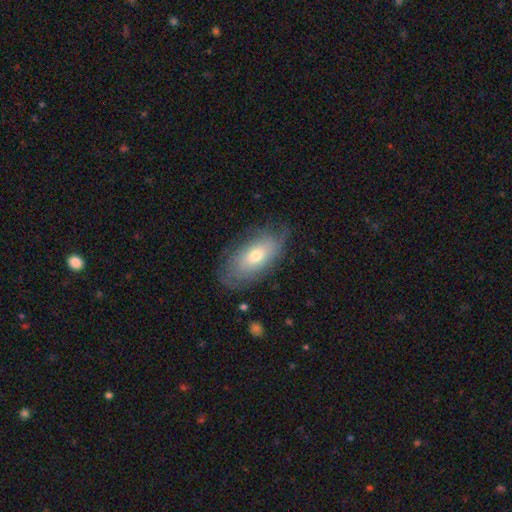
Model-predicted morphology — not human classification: Q: Smooth or featured?
A: smooth (58%); runner-up: featured or disk (34%)
Q: How rounded?
A: in between (89%); runner-up: cigar-shaped (6%)
Q: Merging?
A: none (72%); runner-up: minor disturbance (20%)